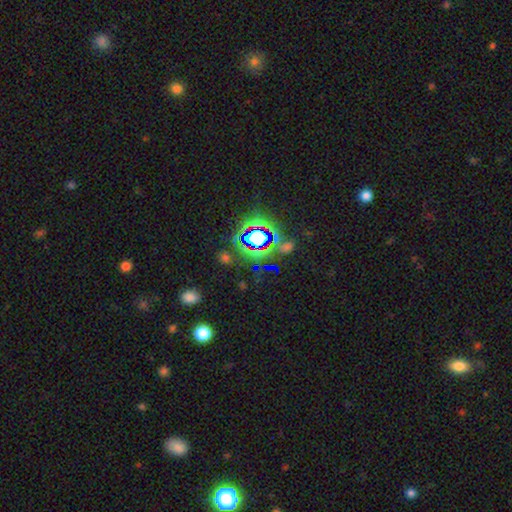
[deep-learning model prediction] This appears to be a star or artifact, not a galaxy (80%).